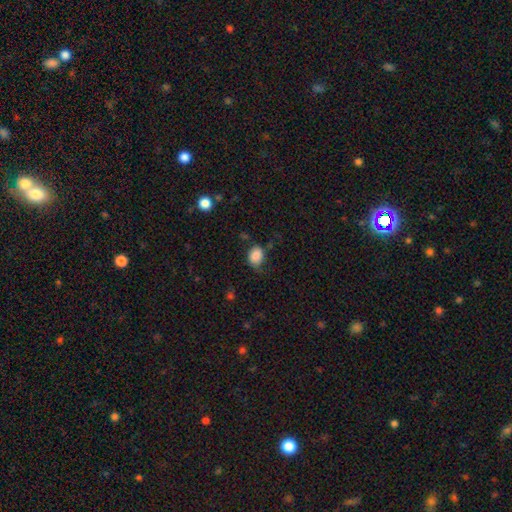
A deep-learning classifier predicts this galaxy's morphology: This is clearly a smooth galaxy (84%). How rounded: likely in between (61%). Merging: possibly none (59%).